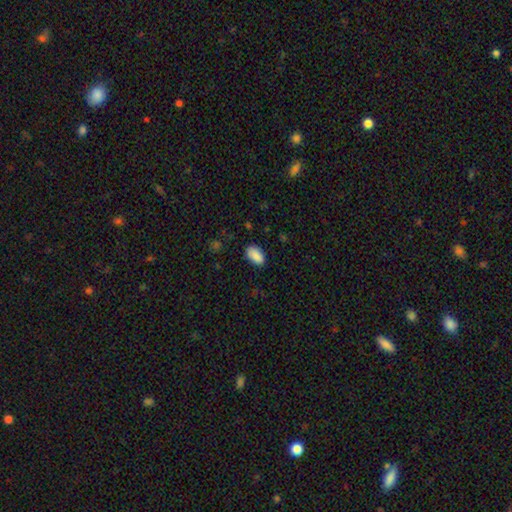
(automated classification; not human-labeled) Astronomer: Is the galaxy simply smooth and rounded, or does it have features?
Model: smooth — 89%.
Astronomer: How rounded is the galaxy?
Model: in between — 93%.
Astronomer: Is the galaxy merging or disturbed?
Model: none — 81%.